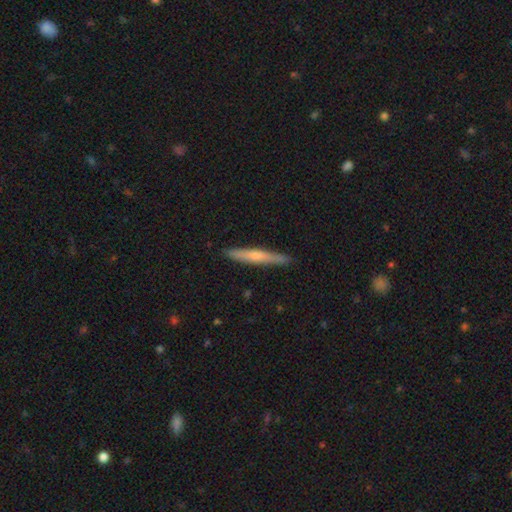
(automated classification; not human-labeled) smooth 51%, featured or disk 44%, star or artifact 6%. Down the decision tree: how rounded — cigar-shaped (95%); merging — none (90%).